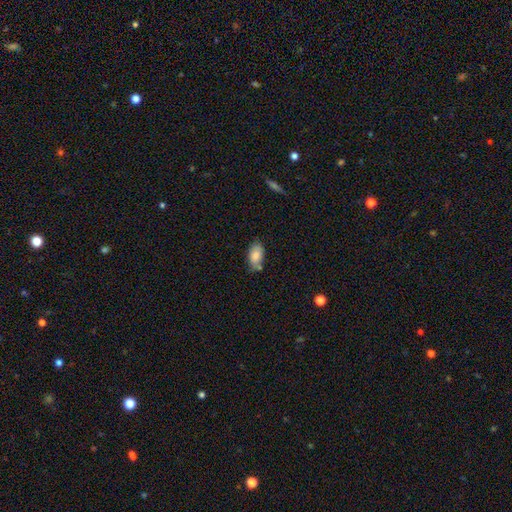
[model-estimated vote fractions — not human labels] Overall: smooth (84%). How rounded: in between (93%). Merging: none (65%).